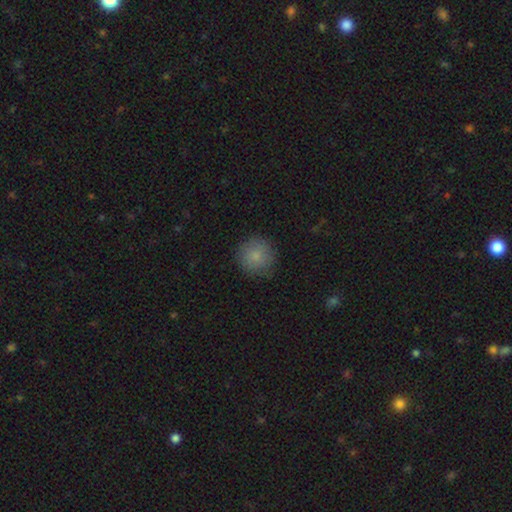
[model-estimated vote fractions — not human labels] Morphology: type=smooth (83%); roundness=round (94%); merging=none (86%).